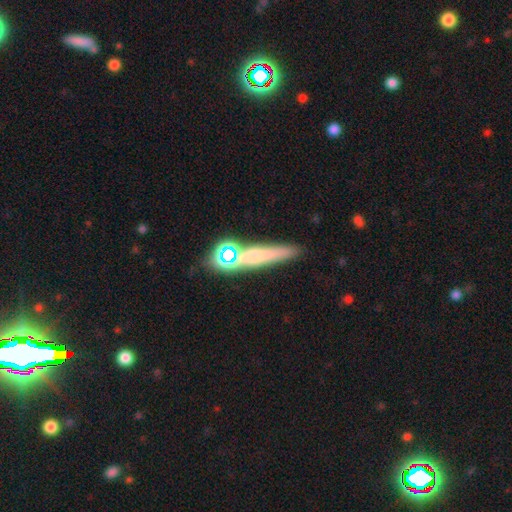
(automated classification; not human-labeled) Smooth or featured: smooth — 49% (featured or disk — 26%)
Merging: none — 72% (merger — 12%)